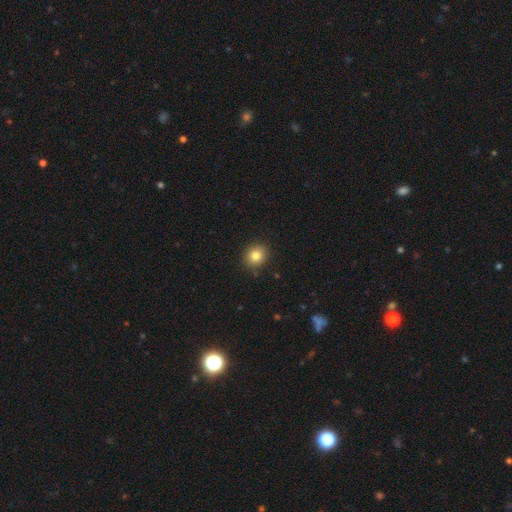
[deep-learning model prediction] Overall: smooth (82%). How rounded: round (78%). Merging: none (90%).